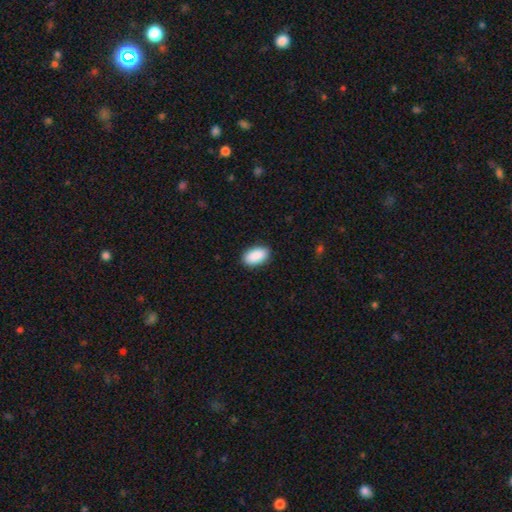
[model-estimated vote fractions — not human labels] Smooth or featured? smooth (91%)
How rounded? in between (95%)
Merging? none (89%)